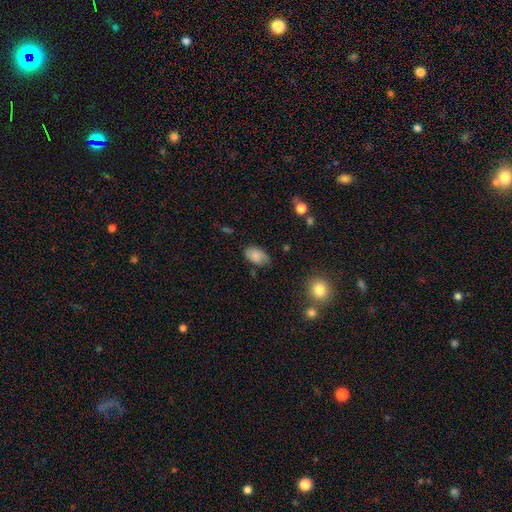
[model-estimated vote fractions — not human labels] Smooth or featured? Predicted: smooth (p=0.77). How rounded? Predicted: in between (p=0.92). Merging? Predicted: none (p=0.69).